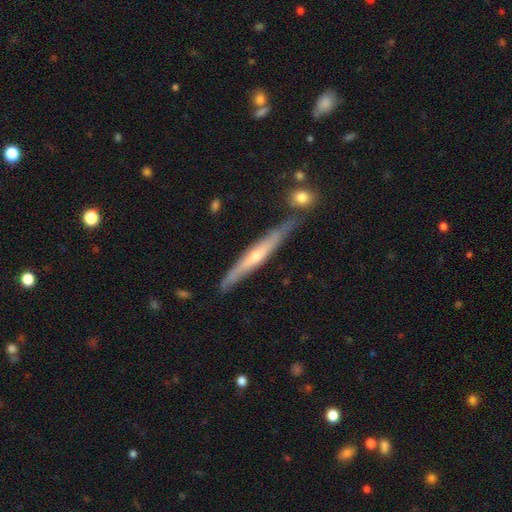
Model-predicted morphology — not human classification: Smooth or featured?
  - featured or disk: 63% *
  - smooth: 31%
  - star or artifact: 6%
Edge-on disk?
  - yes: 90% *
  - no: 10%
Edge-on bulge?
  - rounded: 61% *
  - none: 34%
  - boxy: 5%
Merging?
  - none: 72% *
  - minor disturbance: 17%
  - merger: 7%
  - major disturbance: 4%